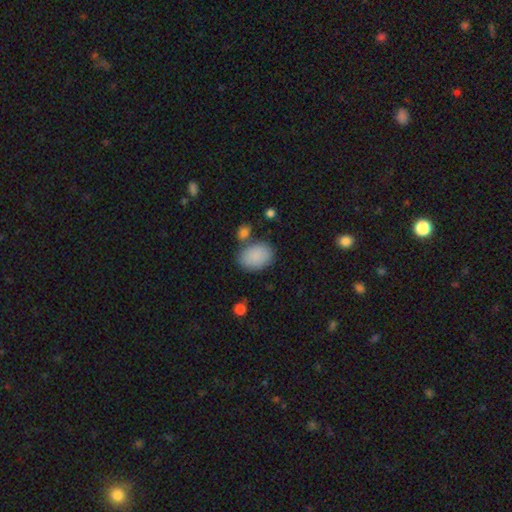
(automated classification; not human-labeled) A smooth galaxy with no disk features (88%) that is in between round and cigar-shaped (79%). Merging: none (69%).